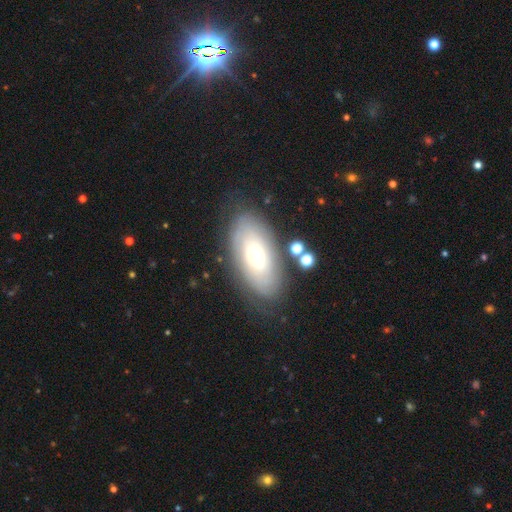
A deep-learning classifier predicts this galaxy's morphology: Smooth or featured? featured or disk (55%)
Edge-on disk? no (88%)
Merging? none (75%)